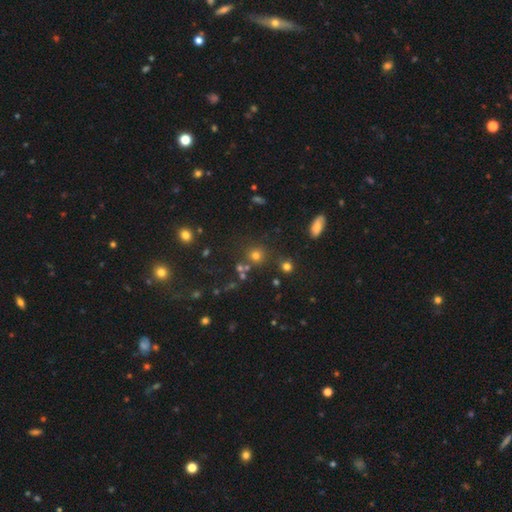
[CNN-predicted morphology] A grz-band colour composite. It shows a smooth galaxy with no disk features (62%) that is round (90%). Merging: none (76%).